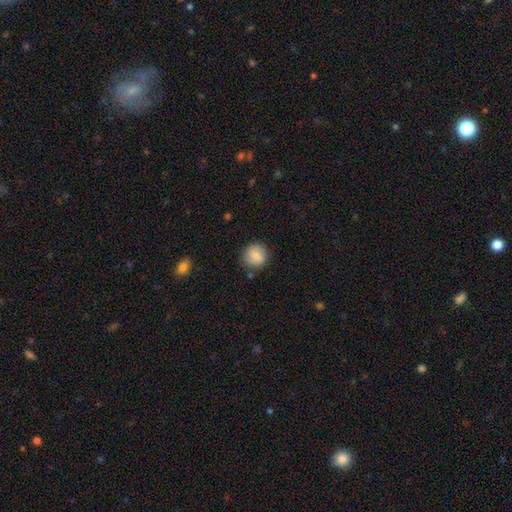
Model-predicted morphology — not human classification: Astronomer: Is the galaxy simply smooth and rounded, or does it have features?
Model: smooth — 78%.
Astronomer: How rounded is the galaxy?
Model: round — 90%.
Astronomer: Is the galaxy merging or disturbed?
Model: none — 83%.